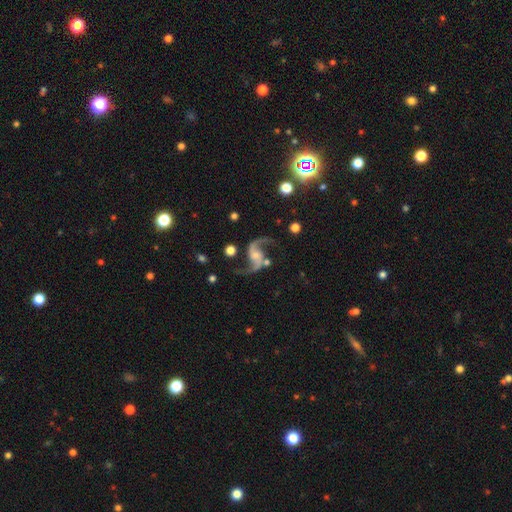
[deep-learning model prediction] The model was most divided on "bulge size": small: 48%, moderate: 32%, none: 13%, large: 5%, dominant: 2%. More confident: edge-on disk — no (98%); spiral arms — yes (98%); spiral arm count — 2 (94%); smooth or featured — featured or disk (92%); spiral winding — loose (80%); merging — none (75%); bar — no (55%).